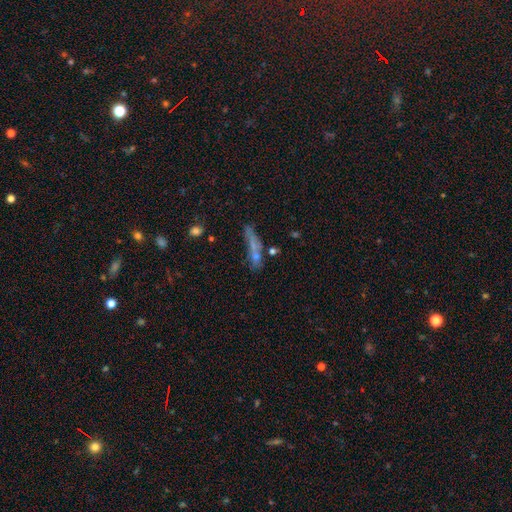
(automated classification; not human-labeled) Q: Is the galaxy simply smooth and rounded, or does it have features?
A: smooth — 48%.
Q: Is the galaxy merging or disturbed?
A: none — 57%.